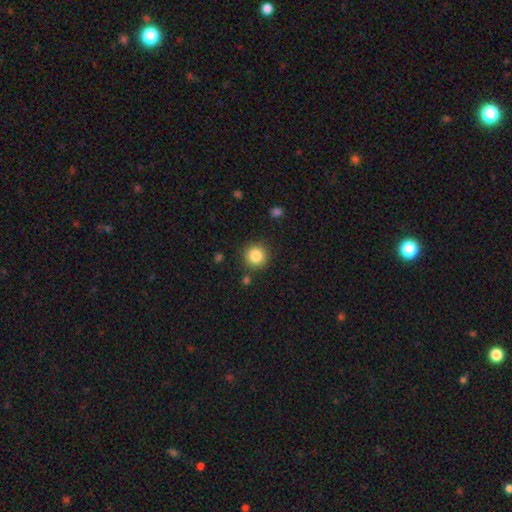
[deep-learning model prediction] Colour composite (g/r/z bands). It shows a smooth galaxy with no disk features (84%) that is round (94%). Merging: none (87%).